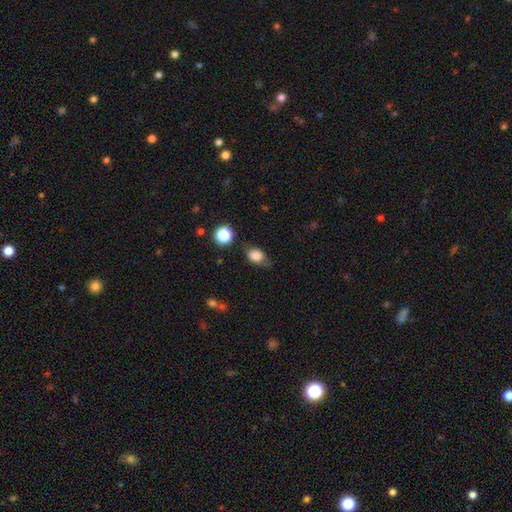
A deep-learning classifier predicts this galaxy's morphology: smooth_or_featured: smooth (p=0.81) [alt: star or artifact p=0.10]
how_rounded: in between (p=0.72) [alt: round p=0.26]
merging: none (p=0.57) [alt: minor disturbance p=0.30]